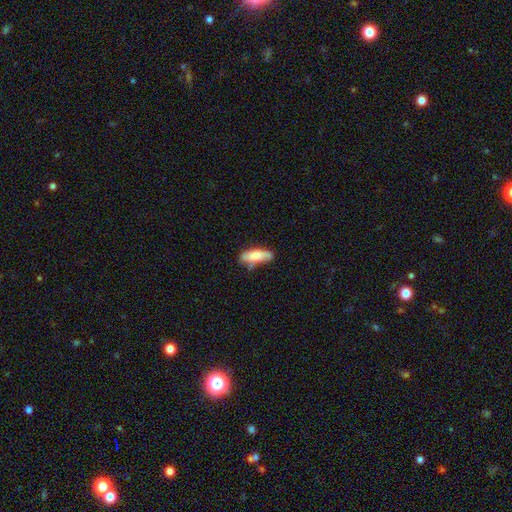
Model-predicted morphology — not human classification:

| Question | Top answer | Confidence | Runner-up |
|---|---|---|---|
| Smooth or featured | smooth | 76% | featured or disk (17%) |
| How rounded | in between | 58% | cigar-shaped (40%) |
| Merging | none | 53% | minor disturbance (30%) |